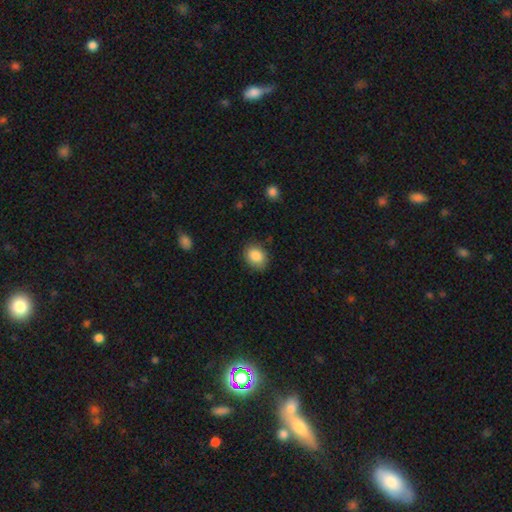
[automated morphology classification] Smooth or featured?
  - smooth: 86% *
  - star or artifact: 8%
  - featured or disk: 6%
How rounded?
  - in between: 52% *
  - round: 48%
  - cigar-shaped: 1%
Merging?
  - none: 82% *
  - minor disturbance: 14%
  - major disturbance: 3%
  - merger: 1%